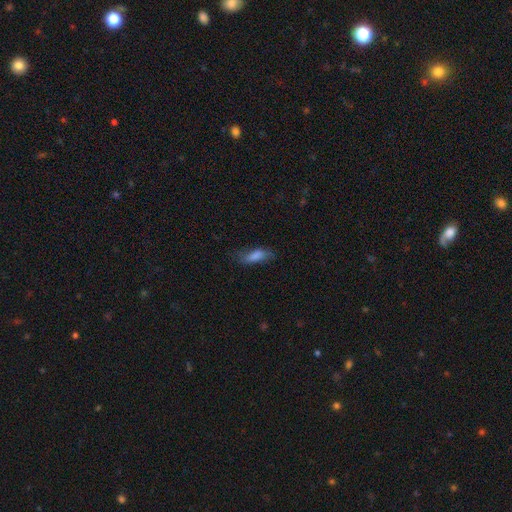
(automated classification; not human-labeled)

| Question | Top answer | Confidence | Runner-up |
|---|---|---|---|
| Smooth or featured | smooth | 73% | featured or disk (19%) |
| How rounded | in between | 62% | cigar-shaped (35%) |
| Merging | none | 56% | minor disturbance (28%) |